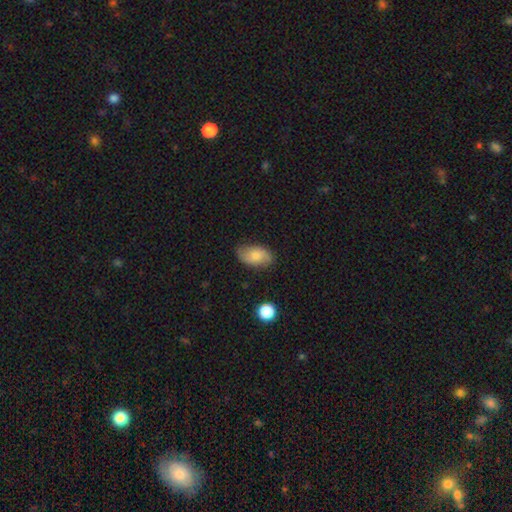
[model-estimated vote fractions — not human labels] smooth 62%, featured or disk 30%, star or artifact 7%. Down the decision tree: how rounded — in between (92%); merging — none (74%).